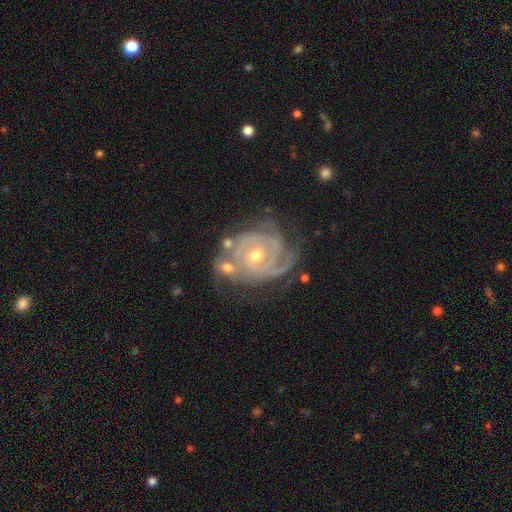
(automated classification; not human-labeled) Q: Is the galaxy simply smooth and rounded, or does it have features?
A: featured or disk — 90%.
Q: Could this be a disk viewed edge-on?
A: no — 97%.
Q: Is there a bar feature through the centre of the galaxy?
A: no — 67%.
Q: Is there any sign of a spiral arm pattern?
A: yes — 97%.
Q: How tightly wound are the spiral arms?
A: tight — 76%.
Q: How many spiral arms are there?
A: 3 — 34%.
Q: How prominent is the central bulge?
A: moderate — 54%.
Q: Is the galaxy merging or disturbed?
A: none — 53%.